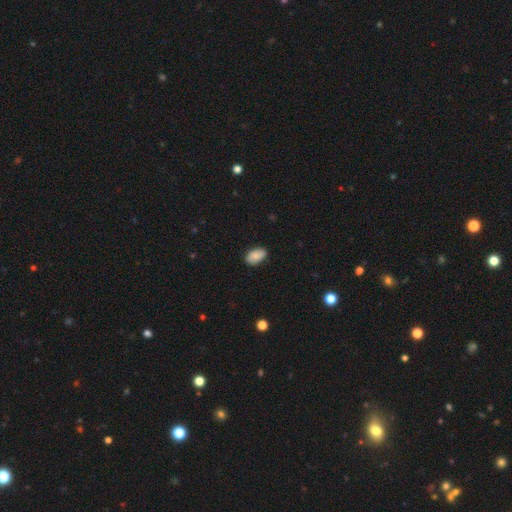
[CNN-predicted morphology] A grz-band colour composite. It shows a smooth galaxy with no disk features (78%) that is in between round and cigar-shaped (92%). Merging: none (81%).